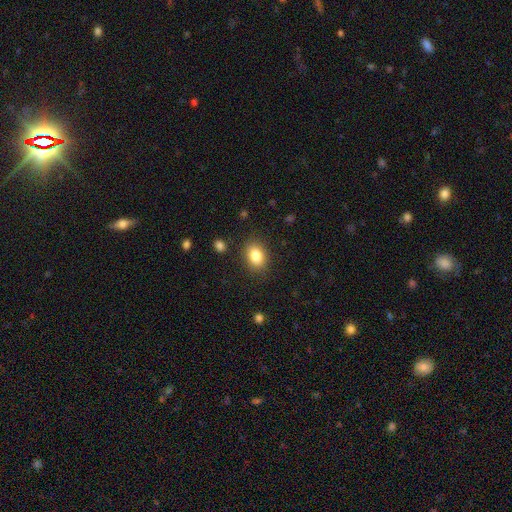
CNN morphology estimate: A smooth galaxy with no disk features (84%) that is in between round and cigar-shaped (69%).

Vote fractions:
- Smooth or featured? smooth: 84% / star or artifact: 9% / featured or disk: 7%
- How rounded? in between: 69% / round: 30% / cigar-shaped: 1%
- Merging? none: 86% / minor disturbance: 9% / major disturbance: 3% / merger: 2%